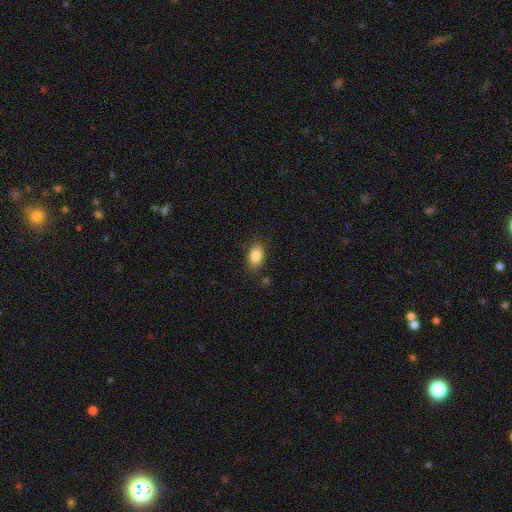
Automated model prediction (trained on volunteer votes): This appears to be a smooth galaxy with no disk features (85%) that is in between round and cigar-shaped (90%). Merging: none (83%).